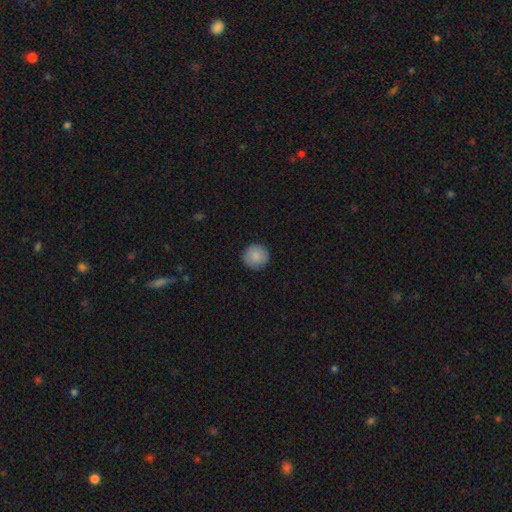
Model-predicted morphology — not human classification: type=smooth (88%); roundness=round (94%); merging=none (90%).